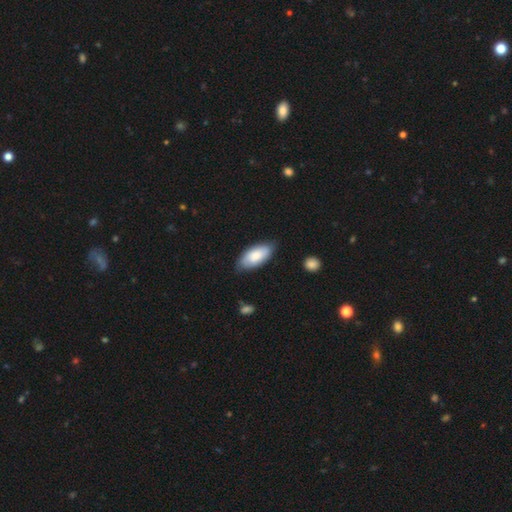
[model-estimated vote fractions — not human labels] Smooth or featured: smooth — 78% (featured or disk — 16%)
How rounded: in between — 91% (cigar-shaped — 8%)
Merging: none — 76% (minor disturbance — 19%)